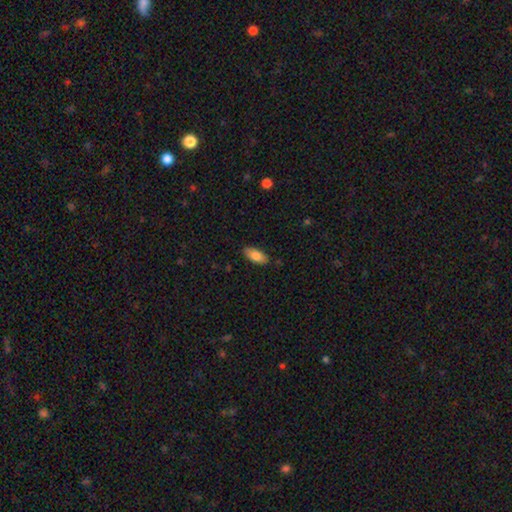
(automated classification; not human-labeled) A smooth galaxy with no disk features (81%) that is in between round and cigar-shaped (87%). Merging: none (86%).